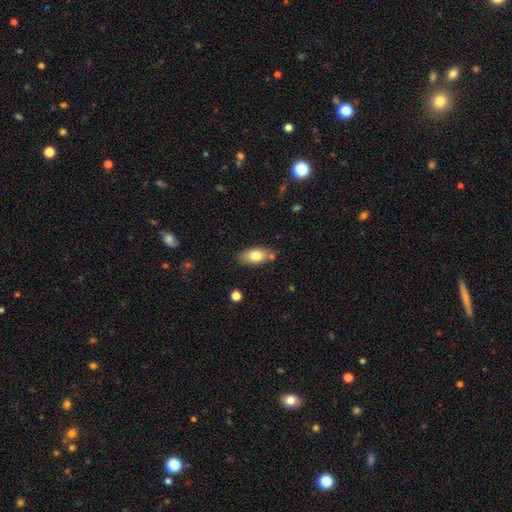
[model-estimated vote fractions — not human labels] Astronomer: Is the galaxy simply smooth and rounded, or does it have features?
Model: smooth — 77%.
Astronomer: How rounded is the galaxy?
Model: in between — 90%.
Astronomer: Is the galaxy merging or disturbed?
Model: none — 76%.